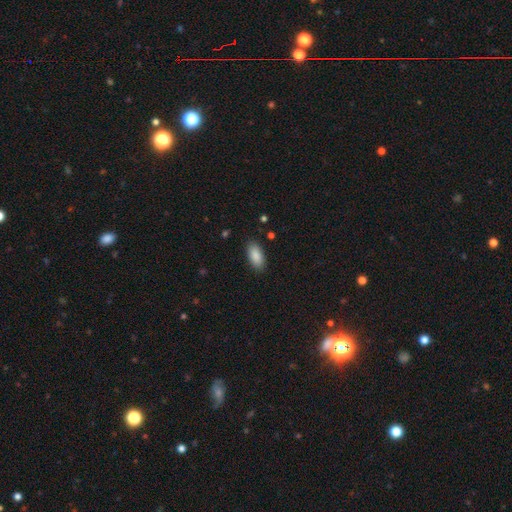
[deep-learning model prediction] A smooth galaxy with no disk features (89%) that is in between round and cigar-shaped (92%). Merging: none (87%).